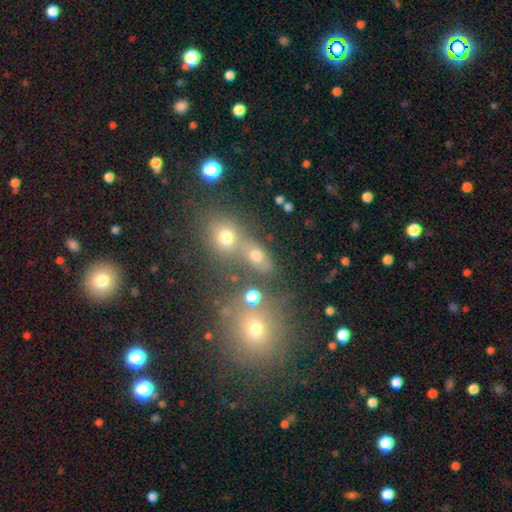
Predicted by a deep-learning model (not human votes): Smooth or featured: smooth — 65% (star or artifact — 22%)
How rounded: round — 49% (in between — 48%)
Merging: none — 48% (merger — 37%)